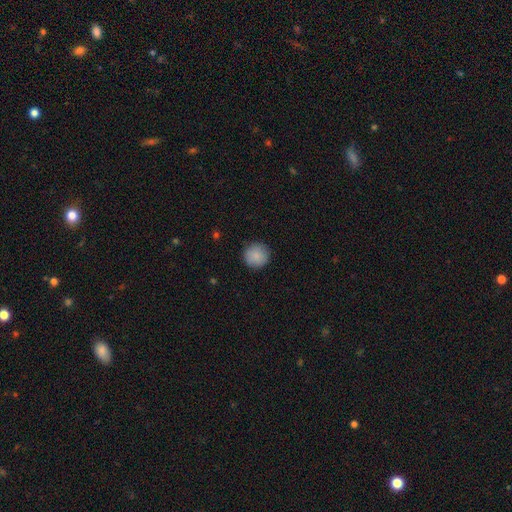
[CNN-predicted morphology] Smooth or featured?
  - smooth: 89% *
  - star or artifact: 7%
  - featured or disk: 4%
How rounded?
  - round: 95% *
  - in between: 4%
  - cigar-shaped: 1%
Merging?
  - none: 91% *
  - minor disturbance: 6%
  - major disturbance: 2%
  - merger: 1%